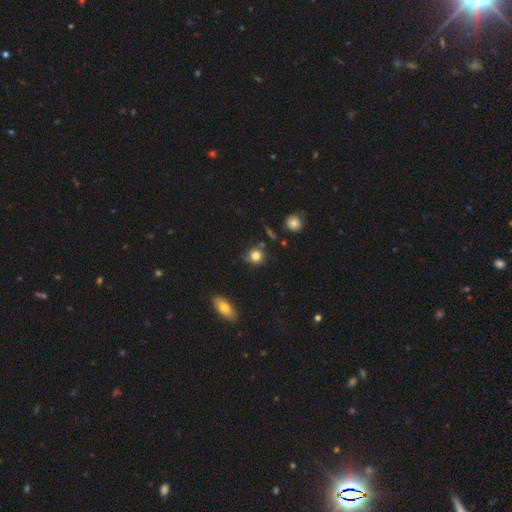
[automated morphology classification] This appears to be a smooth galaxy with no disk features (81%) that is round (88%). Merging: none (77%).